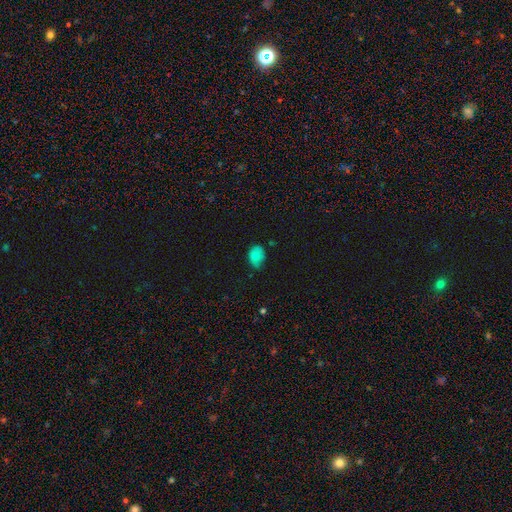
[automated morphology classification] Overall: smooth (77%). How rounded: in between (67%; round 32%). Merging: none (52%; minor disturbance 37%).